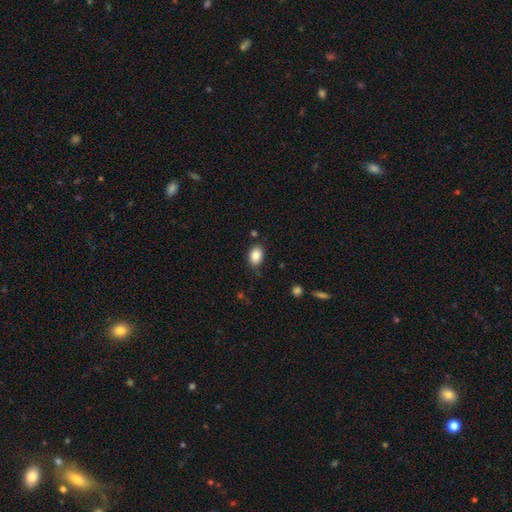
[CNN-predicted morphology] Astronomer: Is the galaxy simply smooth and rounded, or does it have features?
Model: smooth — 85%.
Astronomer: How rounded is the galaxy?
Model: in between — 81%.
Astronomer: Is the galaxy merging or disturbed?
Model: none — 81%.